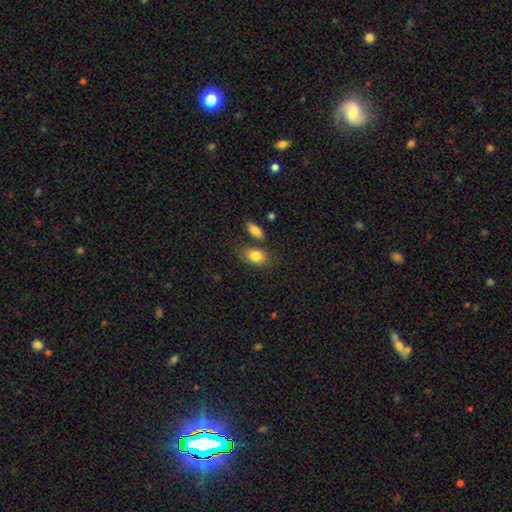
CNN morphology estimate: Q: Smooth or featured?
A: smooth (83%); runner-up: featured or disk (10%)
Q: How rounded?
A: in between (83%); runner-up: round (14%)
Q: Merging?
A: none (67%); runner-up: minor disturbance (15%)